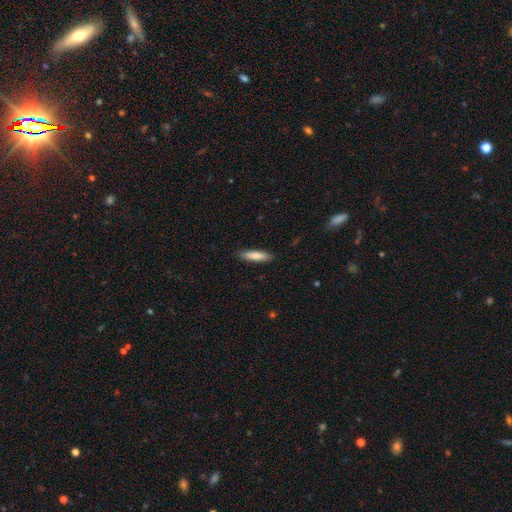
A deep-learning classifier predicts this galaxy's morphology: Overall: smooth (81%). How rounded: cigar-shaped (76%). Merging: none (89%).